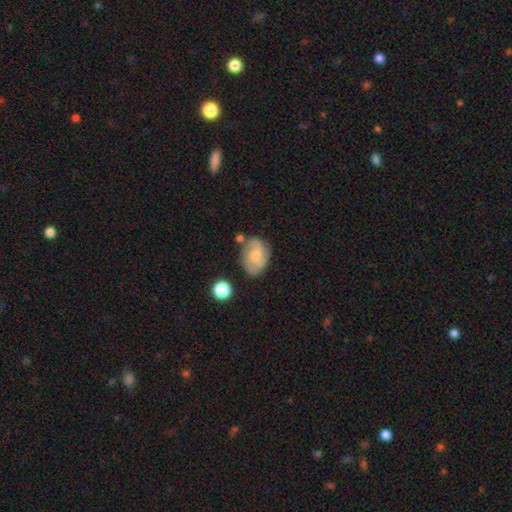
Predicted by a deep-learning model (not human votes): smooth-or-featured: smooth: 49% | featured or disk: 43% | star or artifact: 8%
  merging: none: 54% | minor disturbance: 27% | major disturbance: 10% | merger: 9%